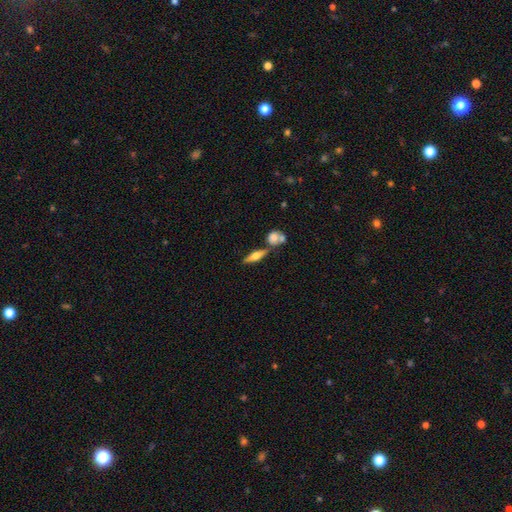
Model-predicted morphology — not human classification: This appears to be a featured or disk galaxy (58%) viewed edge-on (94%) with a rounded central bulge (92%). Merging: none (70%).